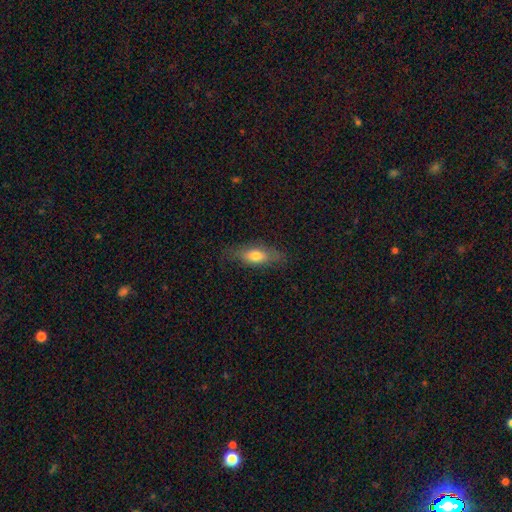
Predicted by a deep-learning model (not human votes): This is likely a smooth galaxy (70%). How rounded: likely in between (67%). Merging: likely none (76%).